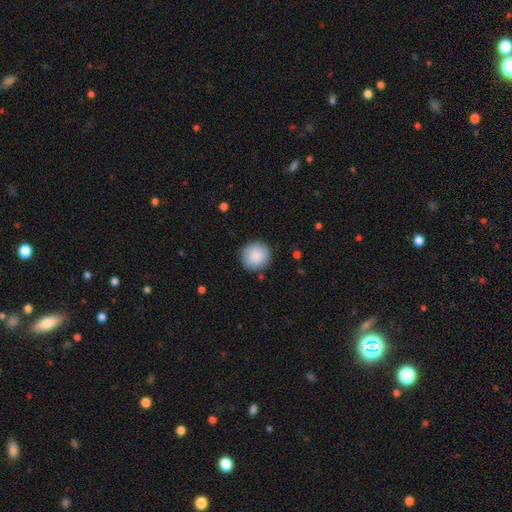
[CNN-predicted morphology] type=smooth (88%); roundness=round (92%); merging=none (89%).